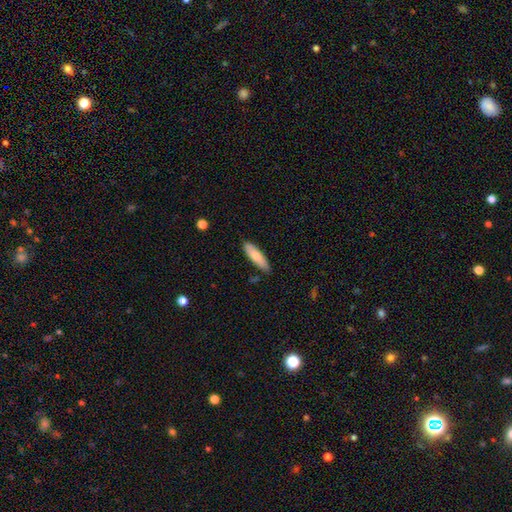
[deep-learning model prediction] Overall: smooth (79%). How rounded: cigar-shaped (61%; in between 38%). Merging: none (83%).